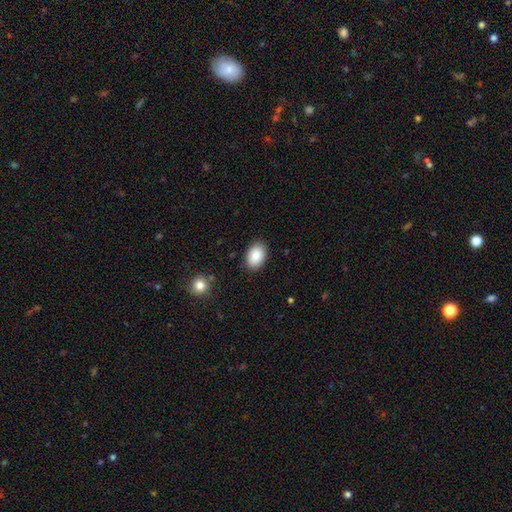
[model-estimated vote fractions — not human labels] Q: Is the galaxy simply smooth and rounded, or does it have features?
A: smooth — 87%.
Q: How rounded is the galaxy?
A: in between — 87%.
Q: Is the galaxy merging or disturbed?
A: none — 88%.